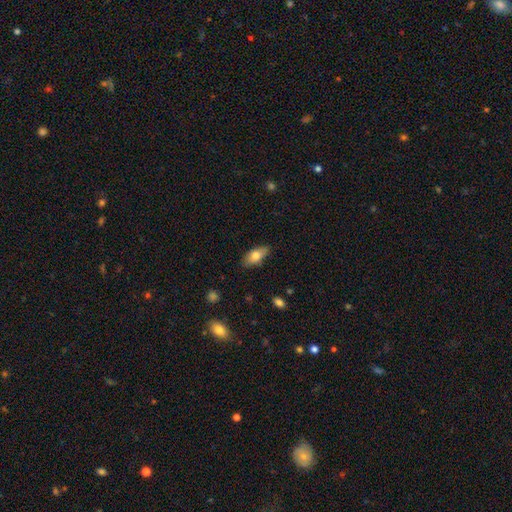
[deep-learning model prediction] Smooth or featured: smooth — 74% (featured or disk — 19%)
How rounded: in between — 85% (cigar-shaped — 11%)
Merging: none — 80% (minor disturbance — 16%)